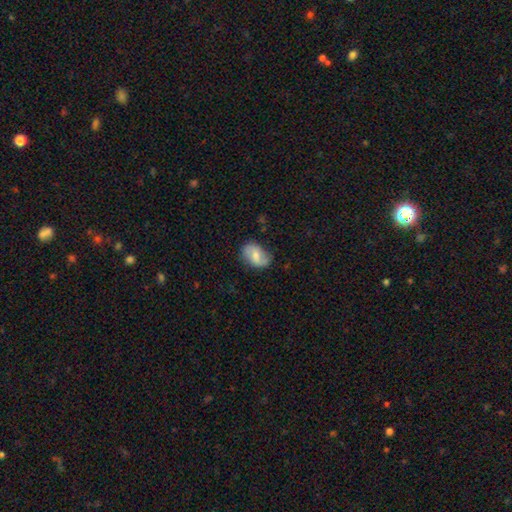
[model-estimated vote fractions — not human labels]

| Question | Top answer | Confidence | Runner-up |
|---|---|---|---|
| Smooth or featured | smooth | 49% | featured or disk (44%) |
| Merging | none | 74% | minor disturbance (20%) |